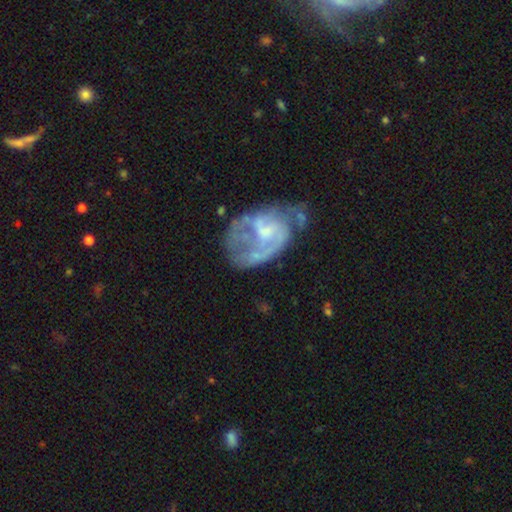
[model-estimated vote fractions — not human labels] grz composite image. It shows a featured or disk galaxy (74%) with no bar (52%), spiral arms (69%) and a small central bulge (34%). Merging: none (36%).